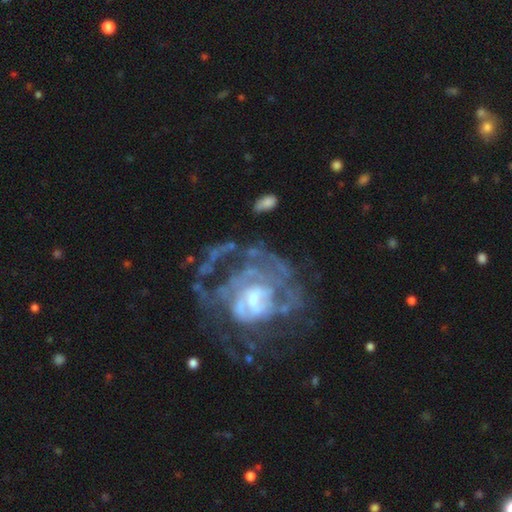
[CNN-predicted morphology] Q: Smooth or featured?
A: featured or disk (78%); runner-up: star or artifact (14%)
Q: Edge-on disk?
A: no (97%); runner-up: yes (3%)
Q: Bar?
A: no (61%); runner-up: weak (28%)
Q: Spiral arms?
A: yes (83%); runner-up: no (17%)
Q: Spiral winding?
A: tight (61%); runner-up: medium (28%)
Q: Spiral arm count?
A: can't tell (45%); runner-up: 2 (16%)
Q: Bulge size?
A: moderate (43%); runner-up: small (40%)
Q: Merging?
A: none (56%); runner-up: major disturbance (25%)